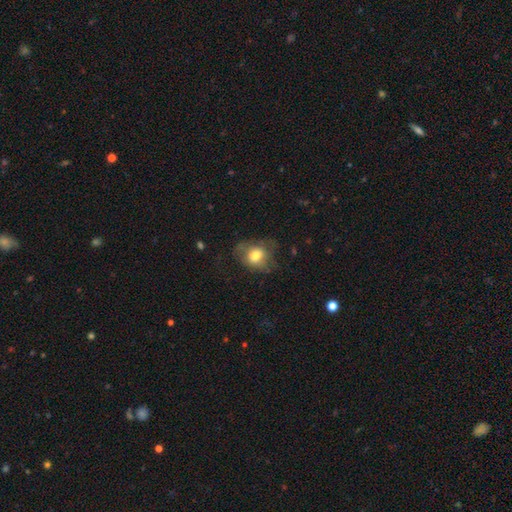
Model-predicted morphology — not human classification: Smooth or featured?
  - smooth: 72% *
  - featured or disk: 19%
  - star or artifact: 9%
How rounded?
  - round: 54% *
  - in between: 45%
  - cigar-shaped: 1%
Merging?
  - none: 53% *
  - minor disturbance: 28%
  - major disturbance: 18%
  - merger: 2%